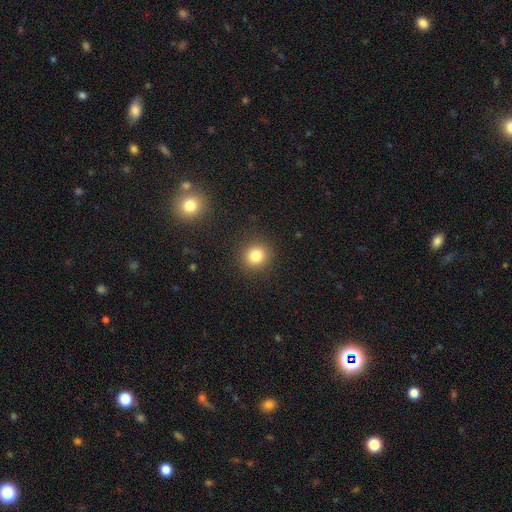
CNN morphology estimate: Smooth or featured?
  - smooth: 82% *
  - star or artifact: 12%
  - featured or disk: 6%
How rounded?
  - round: 87% *
  - in between: 12%
  - cigar-shaped: 1%
Merging?
  - none: 90% *
  - minor disturbance: 6%
  - major disturbance: 3%
  - merger: 1%